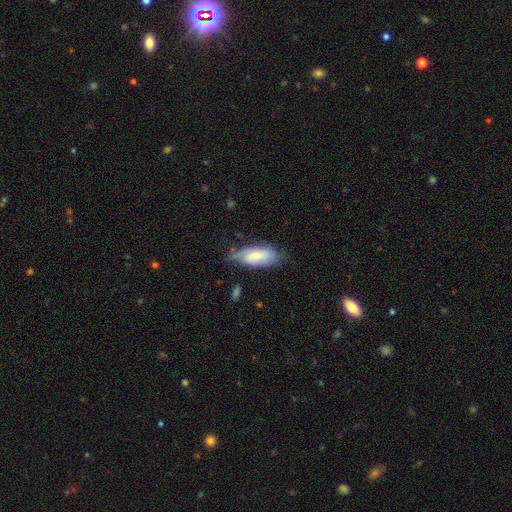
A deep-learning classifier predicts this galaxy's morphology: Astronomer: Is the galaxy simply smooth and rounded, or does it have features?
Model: smooth — 62%.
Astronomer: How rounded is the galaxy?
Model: in between — 81%.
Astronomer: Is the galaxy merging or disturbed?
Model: none — 57%.